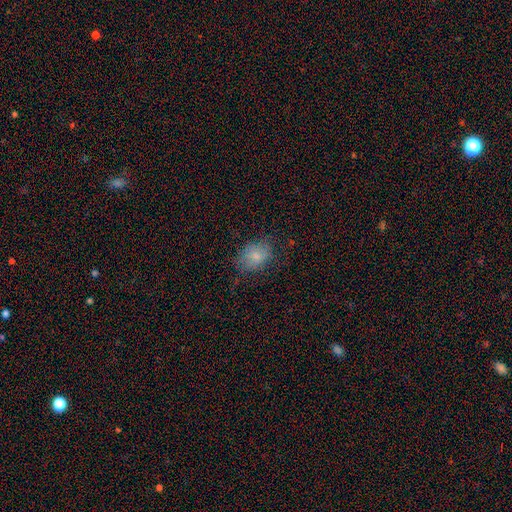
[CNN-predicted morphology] A smooth galaxy with no disk features (79%) that is in between round and cigar-shaped (74%). Merging: none (72%).